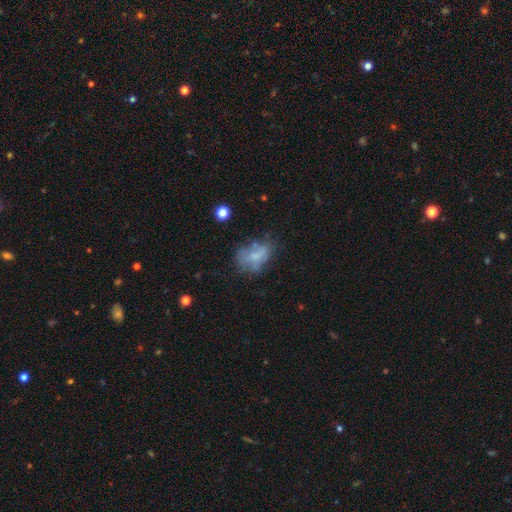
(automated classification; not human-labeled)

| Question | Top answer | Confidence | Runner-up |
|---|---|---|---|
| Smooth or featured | smooth | 48% | featured or disk (40%) |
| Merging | none | 40% | minor disturbance (27%) |